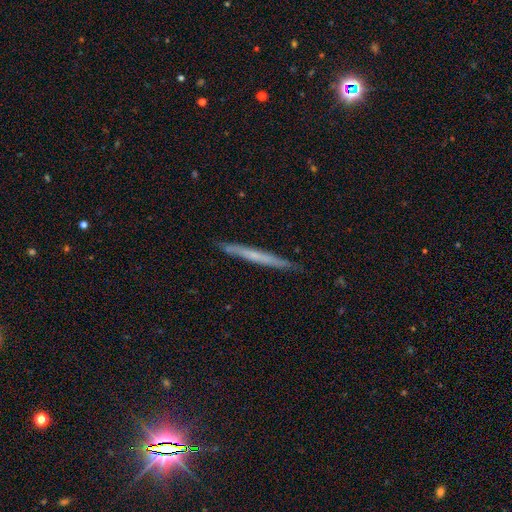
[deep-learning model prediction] Smooth or featured: featured or disk — 49% (smooth — 45%)
Merging: none — 90% (minor disturbance — 8%)